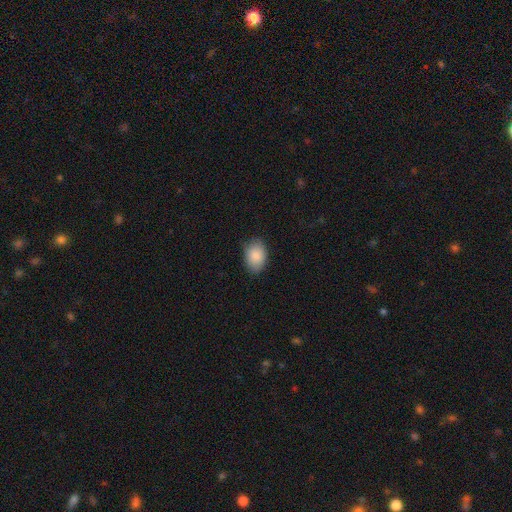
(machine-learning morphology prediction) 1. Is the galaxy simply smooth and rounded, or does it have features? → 89% smooth, 7% star or artifact, 5% featured or disk.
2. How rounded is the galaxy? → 86% in between, 13% round, 1% cigar-shaped.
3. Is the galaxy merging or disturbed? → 83% none, 14% minor disturbance, 3% major disturbance, 1% merger.